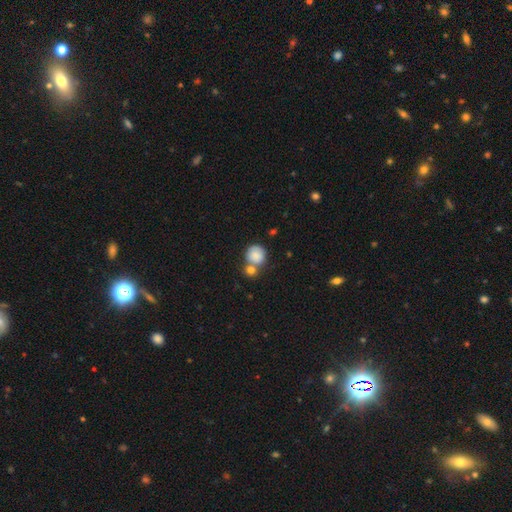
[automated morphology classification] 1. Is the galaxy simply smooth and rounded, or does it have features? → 83% smooth, 9% featured or disk, 7% star or artifact.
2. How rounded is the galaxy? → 85% round, 14% in between, 1% cigar-shaped.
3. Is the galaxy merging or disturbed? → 44% none, 41% merger, 11% minor disturbance, 4% major disturbance.